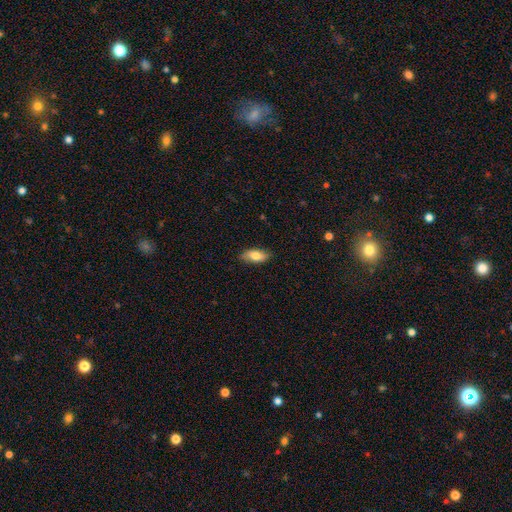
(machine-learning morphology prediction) Overall: smooth (79%). How rounded: in between (87%). Merging: none (83%).